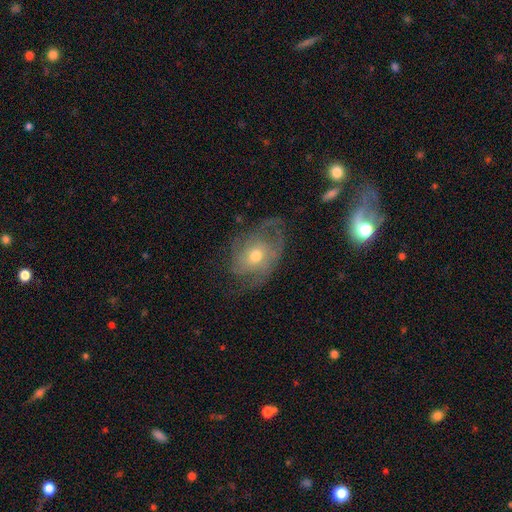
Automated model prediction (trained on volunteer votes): smooth_or_featured: featured or disk (p=0.69) [alt: smooth p=0.23]
disk_edge_on: no (p=0.95) [alt: yes p=0.05]
bar: no (p=0.78) [alt: weak p=0.18]
has_spiral_arms: yes (p=0.80) [alt: no p=0.20]
spiral_winding: medium (p=0.41) [alt: tight p=0.36]
spiral_arm_count: 2 (p=0.38) [alt: can't tell p=0.32]
bulge_size: moderate (p=0.62) [alt: small p=0.32]
merging: none (p=0.53) [alt: minor disturbance p=0.23]